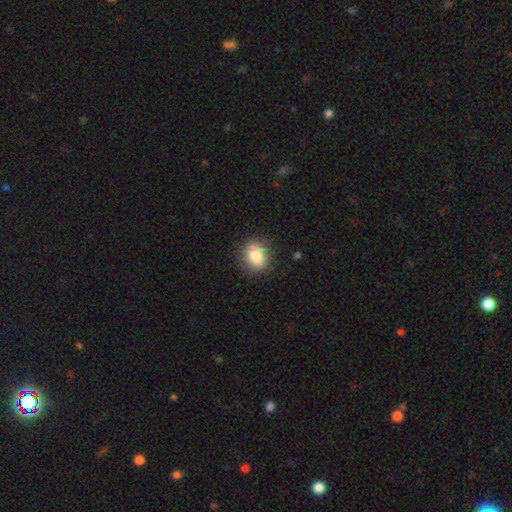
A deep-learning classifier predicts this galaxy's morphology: smooth_or_featured: smooth (p=0.82) [alt: featured or disk p=0.09]
how_rounded: round (p=0.64) [alt: in between p=0.34]
merging: none (p=0.85) [alt: minor disturbance p=0.11]